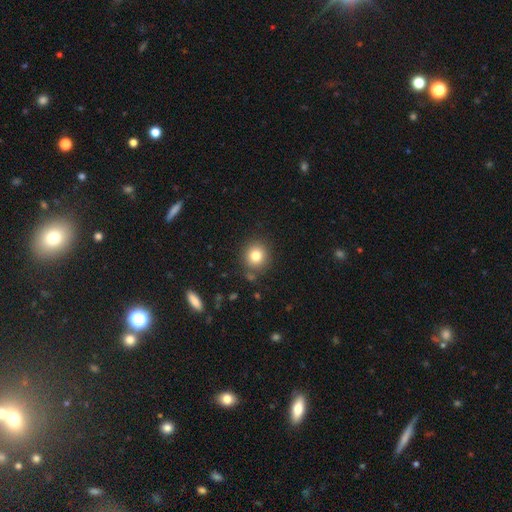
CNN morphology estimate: smooth 80%, star or artifact 12%, featured or disk 9%. Down the decision tree: how rounded — round (89%); merging — none (84%).